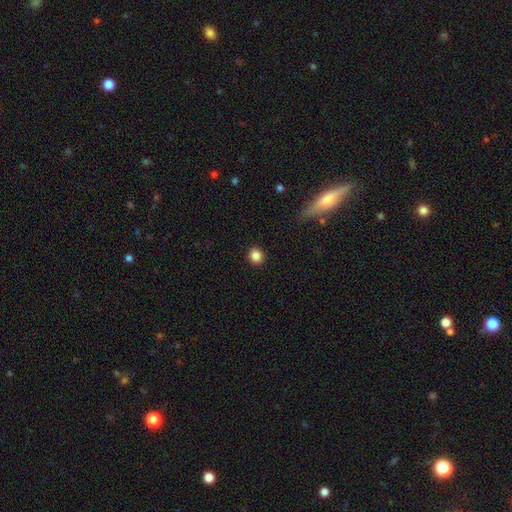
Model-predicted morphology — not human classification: Q: Smooth or featured?
A: smooth (85%); runner-up: star or artifact (10%)
Q: How rounded?
A: round (86%); runner-up: in between (13%)
Q: Merging?
A: none (92%); runner-up: minor disturbance (5%)